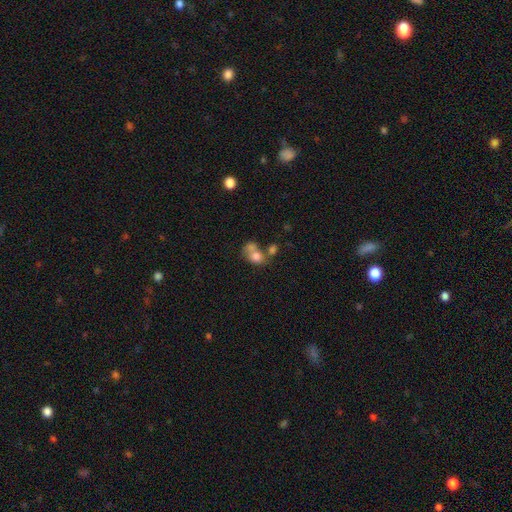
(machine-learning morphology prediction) Q: Smooth or featured?
A: smooth (72%); runner-up: featured or disk (17%)
Q: How rounded?
A: round (53%); runner-up: in between (46%)
Q: Merging?
A: merger (54%); runner-up: none (28%)